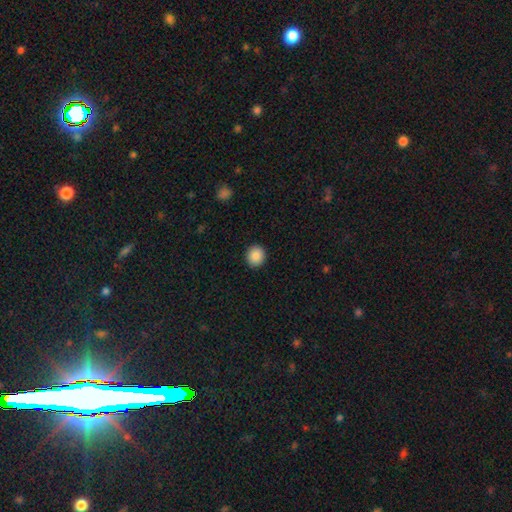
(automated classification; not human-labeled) This appears to be a smooth galaxy with no disk features (88%) that is round (84%). Merging: none (92%).